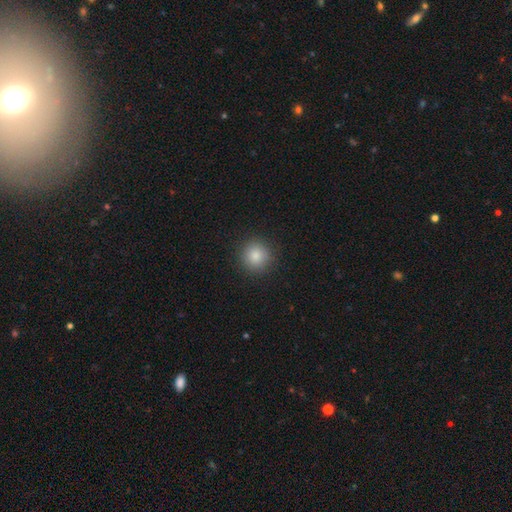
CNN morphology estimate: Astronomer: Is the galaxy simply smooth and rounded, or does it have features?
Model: smooth — 85%.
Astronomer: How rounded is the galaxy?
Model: round — 94%.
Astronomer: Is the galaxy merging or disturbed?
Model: none — 90%.